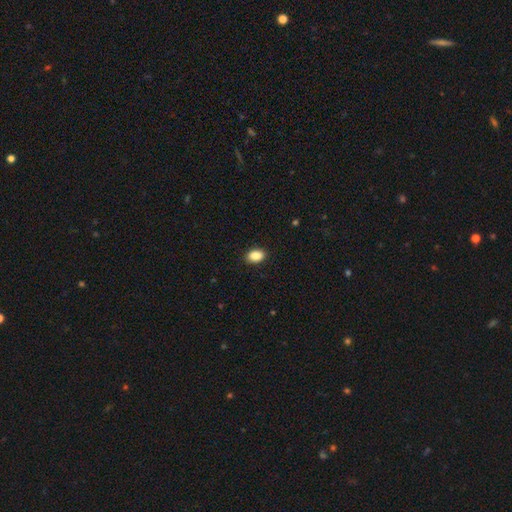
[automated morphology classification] This is clearly a smooth galaxy (89%). How rounded: clearly in between (86%). Merging: clearly none (90%).